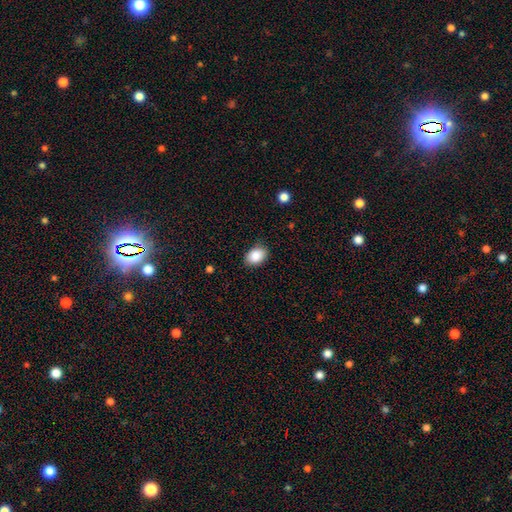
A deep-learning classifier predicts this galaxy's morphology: smooth_or_featured: smooth (p=0.89) [alt: star or artifact p=0.07]
how_rounded: in between (p=0.80) [alt: round p=0.19]
merging: none (p=0.83) [alt: minor disturbance p=0.13]